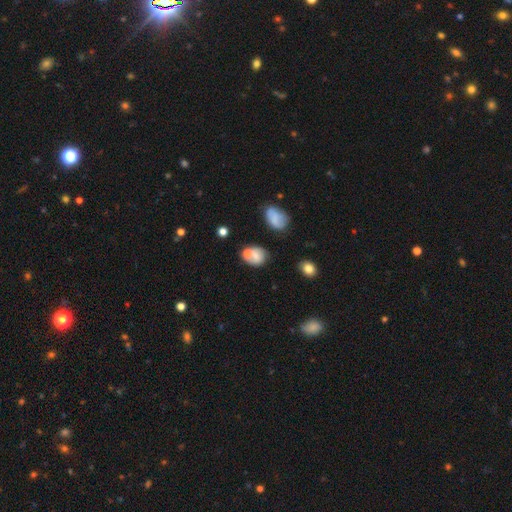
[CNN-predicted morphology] Overall: smooth (65%). How rounded: round (59%; in between 40%). Merging: none (47%; merger 30%).